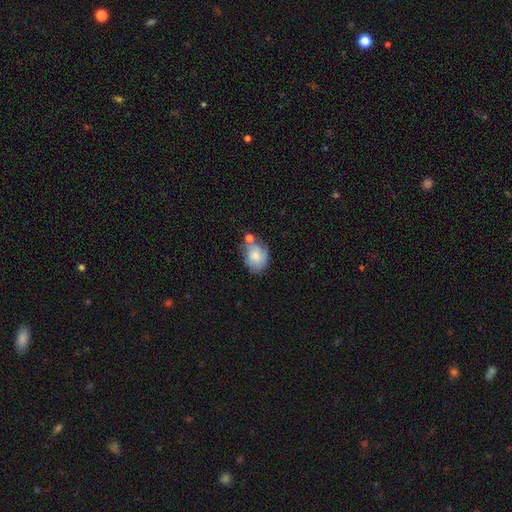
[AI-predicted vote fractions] Smooth or featured? smooth (73%)
How rounded? in between (65%)
Merging? none (48%)